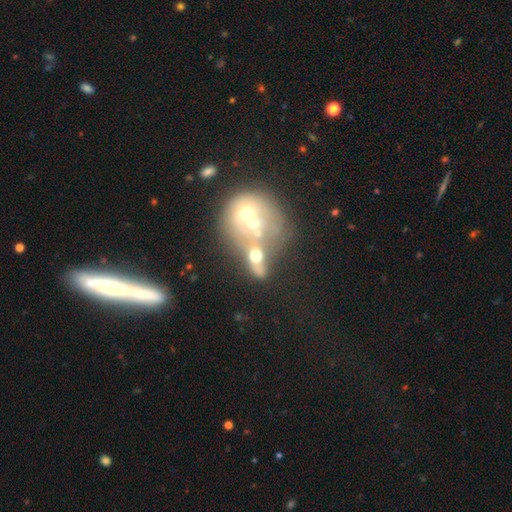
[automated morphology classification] Q: Smooth or featured?
A: smooth (42%); runner-up: featured or disk (40%)
Q: Merging?
A: merger (69%); runner-up: none (16%)